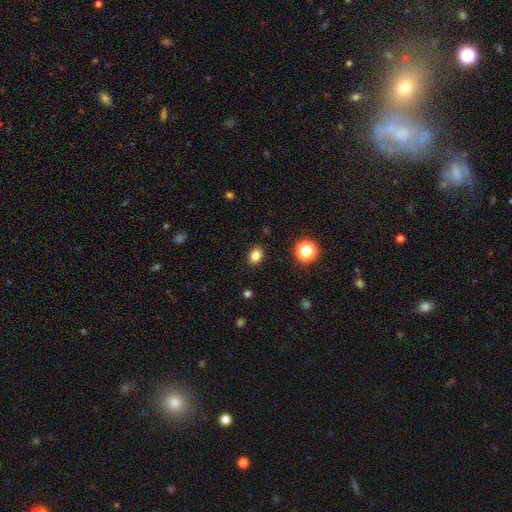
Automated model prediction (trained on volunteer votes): smooth-or-featured: smooth: 83% | star or artifact: 12% | featured or disk: 5%
  how-rounded: in between: 62% | round: 37% | cigar-shaped: 1%
  merging: none: 89% | minor disturbance: 8% | major disturbance: 2% | merger: 1%